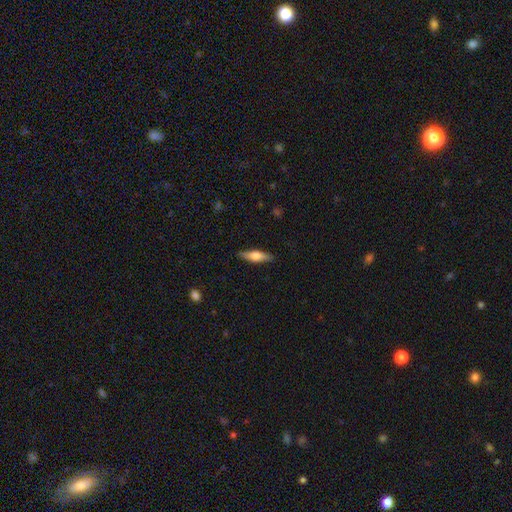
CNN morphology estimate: A smooth galaxy with no disk features (55%) that is cigar-shaped (59%).

Vote fractions:
- Smooth or featured? smooth: 55% / featured or disk: 39% / star or artifact: 6%
- How rounded? cigar-shaped: 59% / in between: 38% / round: 2%
- Merging? none: 87% / minor disturbance: 10% / major disturbance: 2% / merger: 1%